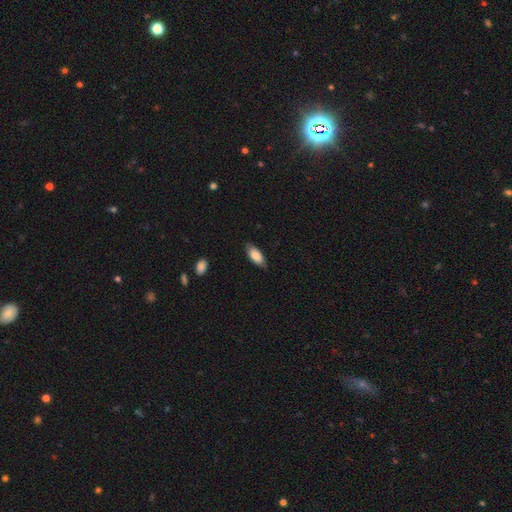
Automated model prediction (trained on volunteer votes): Overall: smooth (83%). How rounded: in between (87%). Merging: none (78%).